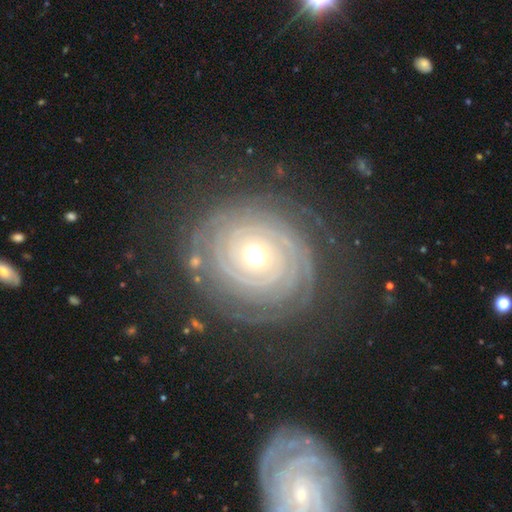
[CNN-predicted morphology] The model was most divided on "spiral arm count": can't tell: 26%, 2: 23%, more than 4: 16%, 3: 15%, 4: 13%, 1: 8%. More confident: spiral arms — yes (97%); edge-on disk — no (97%); spiral winding — tight (91%); smooth or featured — featured or disk (87%); merging — none (81%); bar — no (75%); bulge size — moderate (63%).